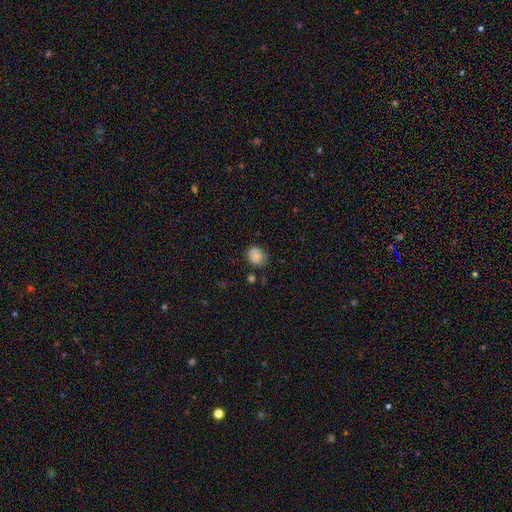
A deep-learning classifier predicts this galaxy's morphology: smooth 81%, featured or disk 10%, star or artifact 9%. Down the decision tree: how rounded — round (69%); merging — none (72%).